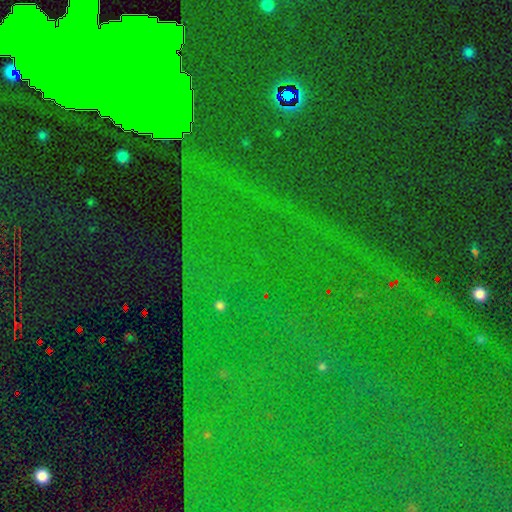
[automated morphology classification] Smooth or featured: star or artifact — 84% (featured or disk — 8%)